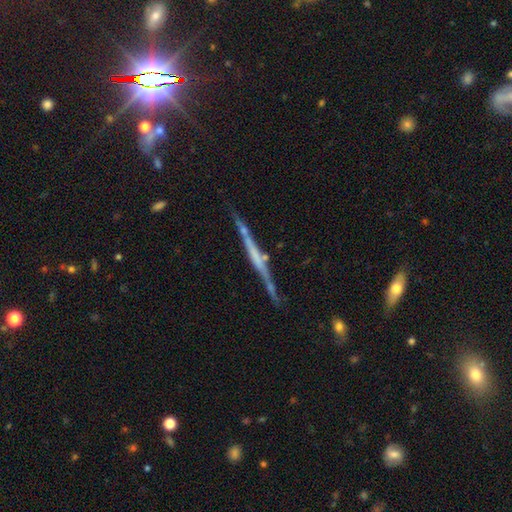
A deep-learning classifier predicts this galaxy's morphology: Q: Smooth or featured?
A: featured or disk (73%); runner-up: smooth (20%)
Q: Edge-on disk?
A: yes (96%); runner-up: no (4%)
Q: Edge-on bulge?
A: none (59%); runner-up: boxy (23%)
Q: Merging?
A: none (76%); runner-up: minor disturbance (15%)